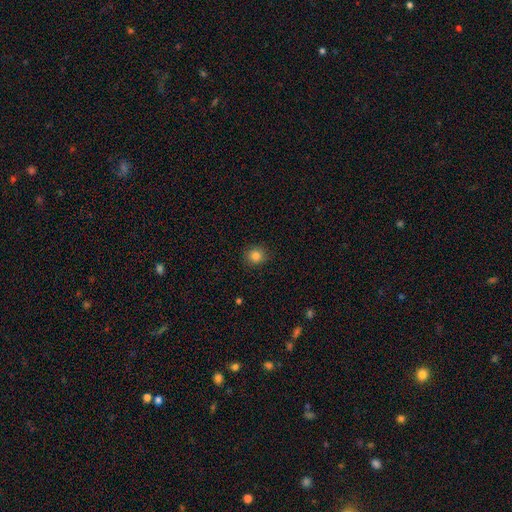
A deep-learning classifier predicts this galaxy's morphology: The model was most divided on "how rounded": round: 85%, in between: 14%, cigar-shaped: 1%. More confident: merging — none (88%); smooth or featured — smooth (84%).